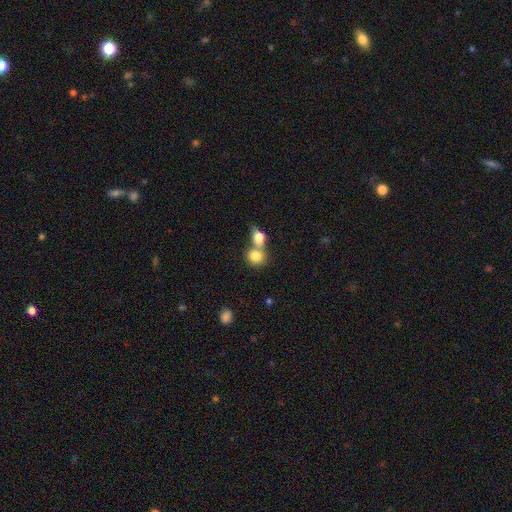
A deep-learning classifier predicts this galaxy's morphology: Smooth or featured: smooth — 81% (featured or disk — 11%)
How rounded: round — 70% (in between — 28%)
Merging: merger — 60% (none — 30%)